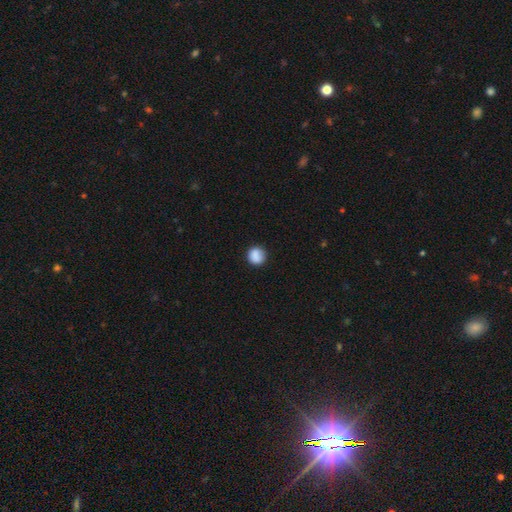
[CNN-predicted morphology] Smooth or featured?
  - smooth: 87% *
  - star or artifact: 8%
  - featured or disk: 4%
How rounded?
  - round: 91% *
  - in between: 8%
  - cigar-shaped: 1%
Merging?
  - none: 86% *
  - minor disturbance: 10%
  - major disturbance: 2%
  - merger: 2%